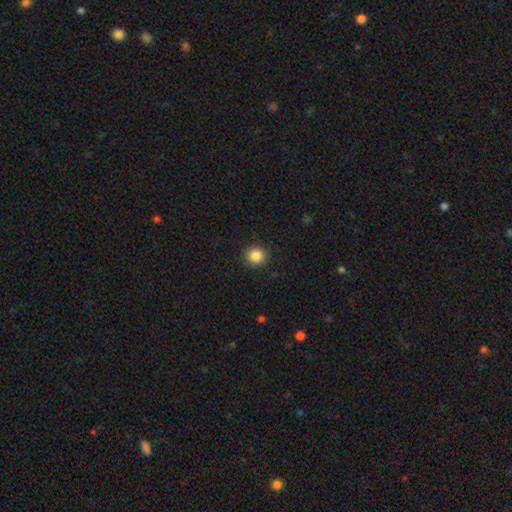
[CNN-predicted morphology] A smooth galaxy with no disk features (86%) that is round (92%).

Vote fractions:
- Smooth or featured? smooth: 86% / star or artifact: 10% / featured or disk: 4%
- How rounded? round: 92% / in between: 7% / cigar-shaped: 1%
- Merging? none: 91% / minor disturbance: 6% / major disturbance: 2% / merger: 1%